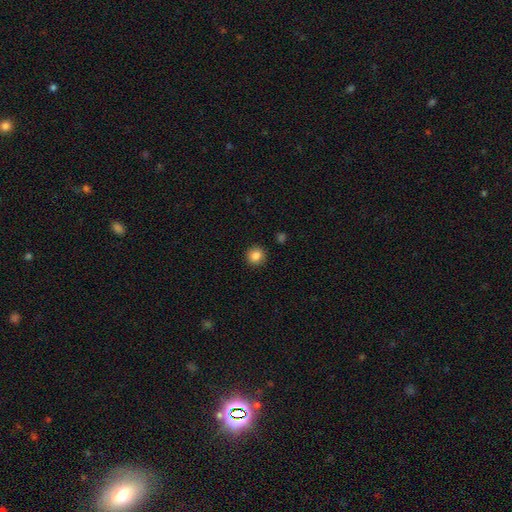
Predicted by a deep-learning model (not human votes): Overall: smooth (86%). How rounded: round (89%). Merging: none (91%).